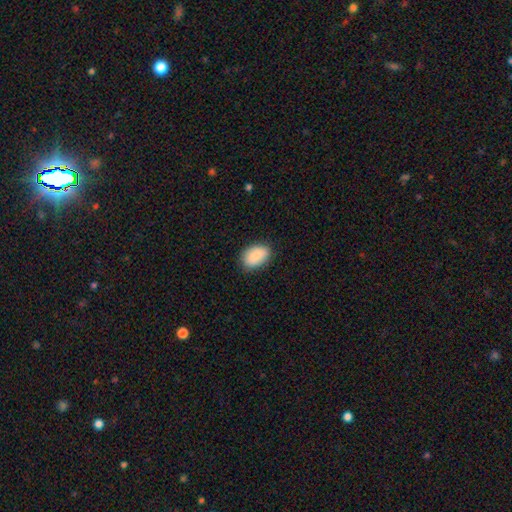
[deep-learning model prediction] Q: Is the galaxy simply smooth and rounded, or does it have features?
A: smooth — 88%.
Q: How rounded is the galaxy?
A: in between — 88%.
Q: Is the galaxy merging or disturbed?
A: none — 84%.